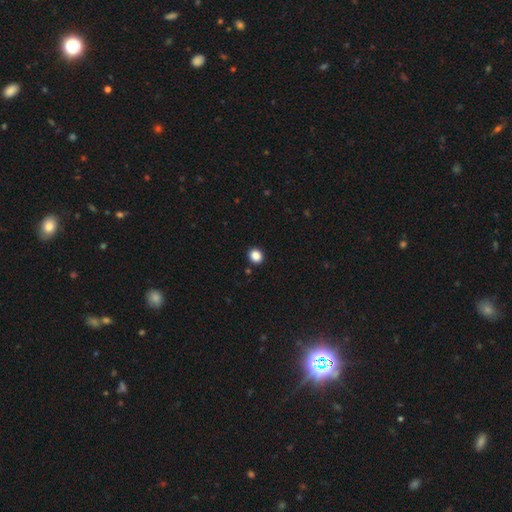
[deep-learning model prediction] The model was most divided on "how rounded": round: 76%, in between: 23%, cigar-shaped: 1%. More confident: merging — none (91%); smooth or featured — smooth (87%).